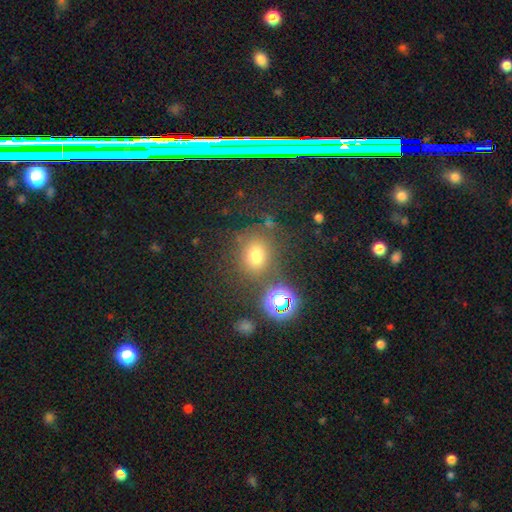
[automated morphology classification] This appears to be a smooth galaxy with no disk features (70%) that is round (66%). Merging: none (73%).